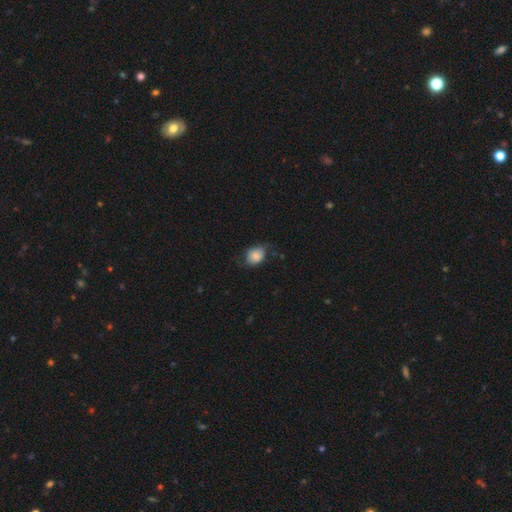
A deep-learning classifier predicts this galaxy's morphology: Smooth or featured? Predicted: smooth (p=0.81). How rounded? Predicted: in between (p=0.54). Merging? Predicted: none (p=0.60).